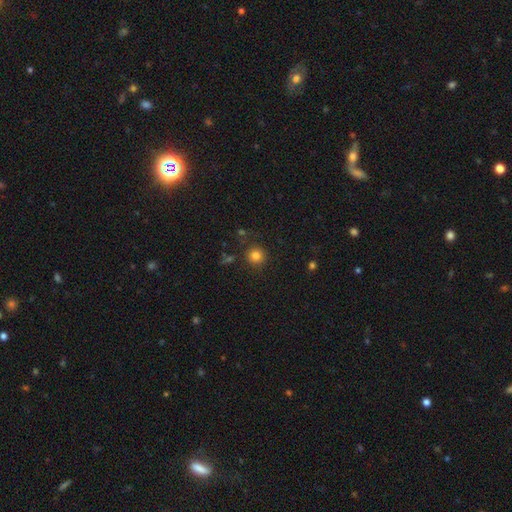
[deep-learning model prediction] This is clearly a smooth galaxy (82%). How rounded: clearly round (93%). Merging: clearly none (86%).